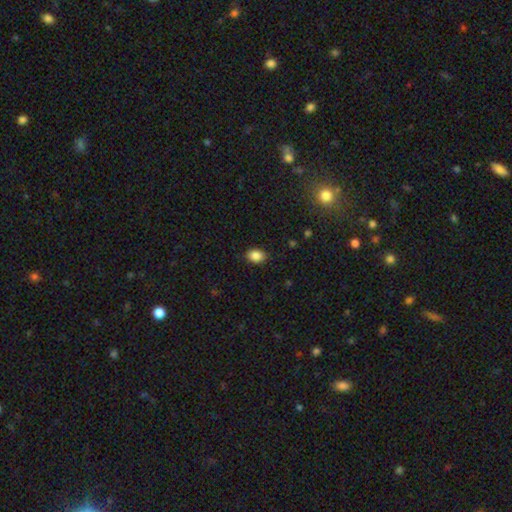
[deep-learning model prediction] This appears to be a smooth galaxy with no disk features (87%) that is in between round and cigar-shaped (71%). Merging: none (86%).